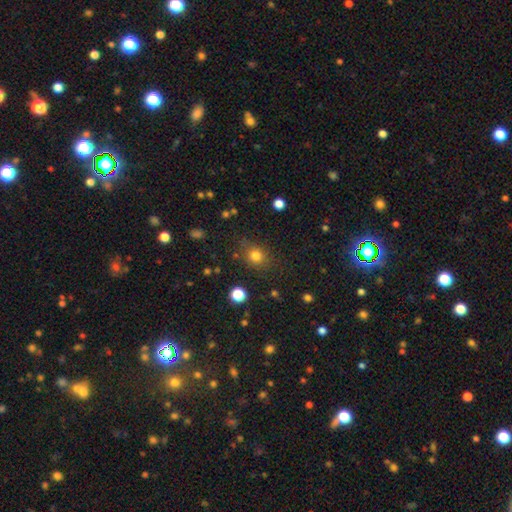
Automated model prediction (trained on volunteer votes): smooth 78%, star or artifact 15%, featured or disk 7%. Down the decision tree: how rounded — round (70%); merging — none (79%).